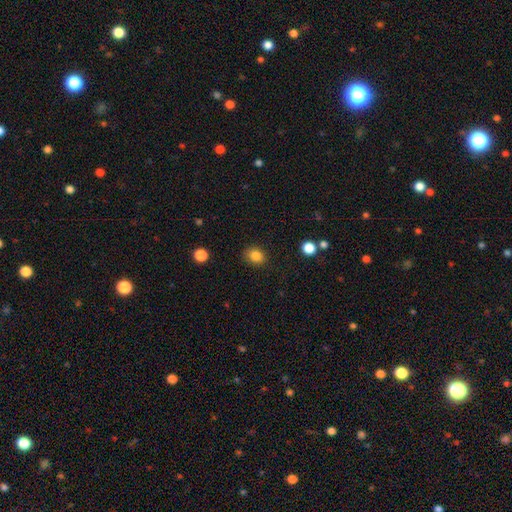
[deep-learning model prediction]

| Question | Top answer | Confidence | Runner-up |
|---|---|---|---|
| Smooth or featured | smooth | 85% | star or artifact (11%) |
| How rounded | round | 57% | in between (42%) |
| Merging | none | 84% | minor disturbance (12%) |